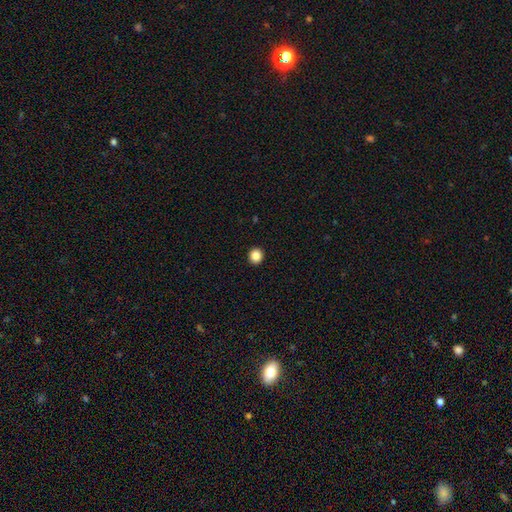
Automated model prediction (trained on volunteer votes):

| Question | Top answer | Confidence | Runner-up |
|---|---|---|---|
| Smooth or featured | smooth | 86% | star or artifact (10%) |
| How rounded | round | 90% | in between (9%) |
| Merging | none | 94% | minor disturbance (4%) |